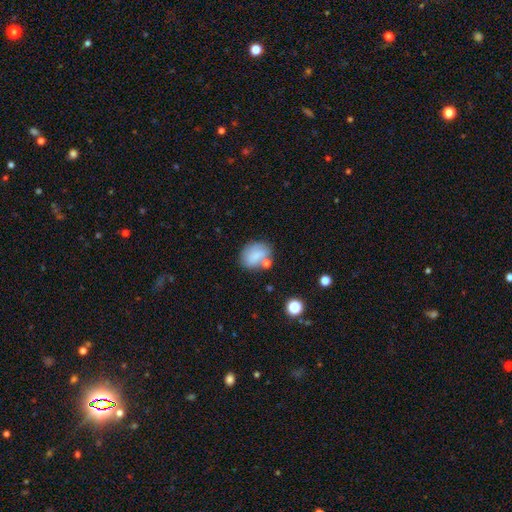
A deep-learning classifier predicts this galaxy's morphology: Smooth or featured? Predicted: smooth (p=0.75). How rounded? Predicted: in between (p=0.63). Merging? Predicted: none (p=0.58).